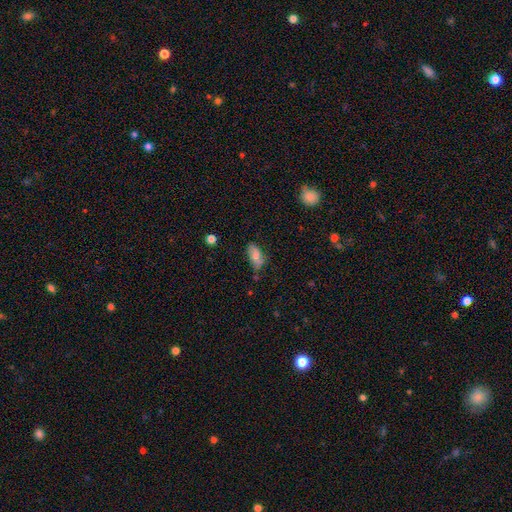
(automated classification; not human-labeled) This is likely a smooth galaxy (74%). How rounded: clearly in between (86%). Merging: possibly none (49%).